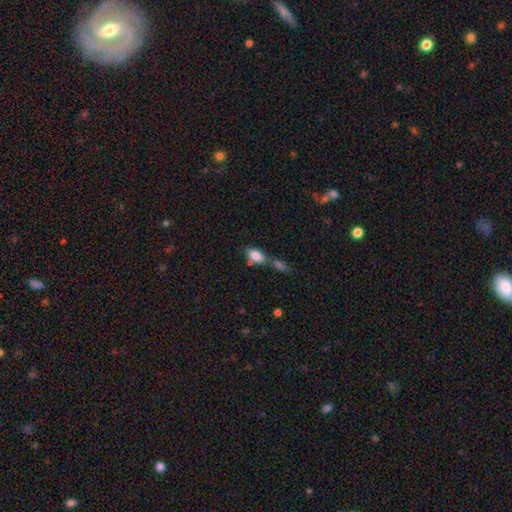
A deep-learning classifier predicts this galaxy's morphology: A smooth galaxy with no disk features (81%) that is in between round and cigar-shaped (88%). Merging: merger (47%).